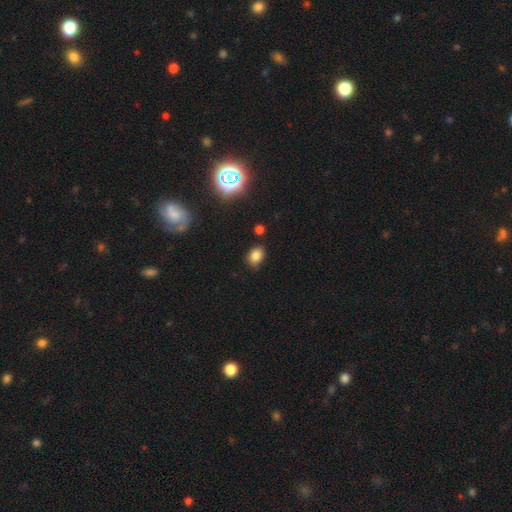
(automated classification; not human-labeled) smooth 80%, star or artifact 14%, featured or disk 6%. Down the decision tree: how rounded — in between (70%); merging — none (80%).